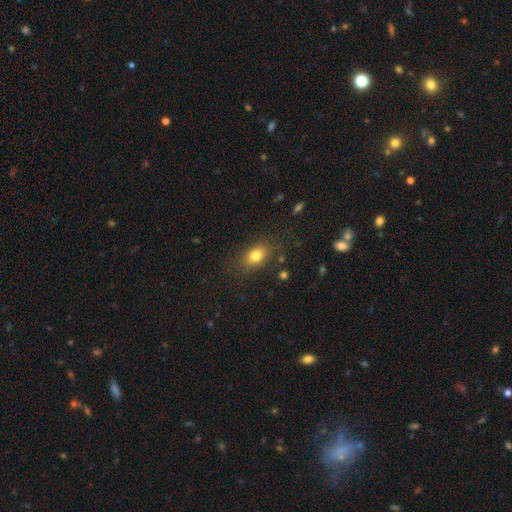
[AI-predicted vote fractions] smooth-or-featured: smooth: 80% | star or artifact: 11% | featured or disk: 9%
  how-rounded: in between: 77% | round: 20% | cigar-shaped: 3%
  merging: none: 81% | minor disturbance: 13% | major disturbance: 5% | merger: 2%